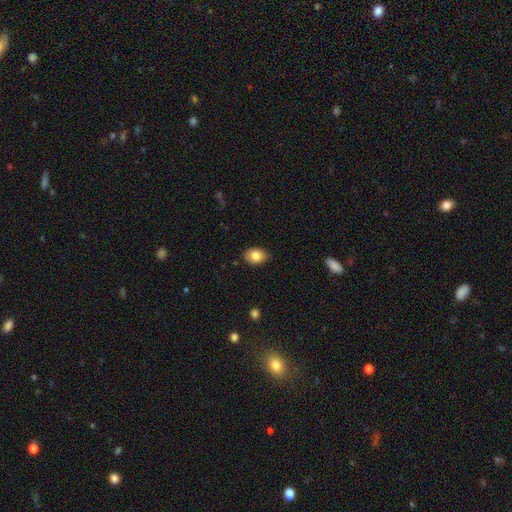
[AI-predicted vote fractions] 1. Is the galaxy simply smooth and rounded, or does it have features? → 82% smooth, 9% featured or disk, 8% star or artifact.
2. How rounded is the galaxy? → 72% in between, 26% round, 1% cigar-shaped.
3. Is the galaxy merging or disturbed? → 82% none, 15% minor disturbance, 2% major disturbance, 1% merger.